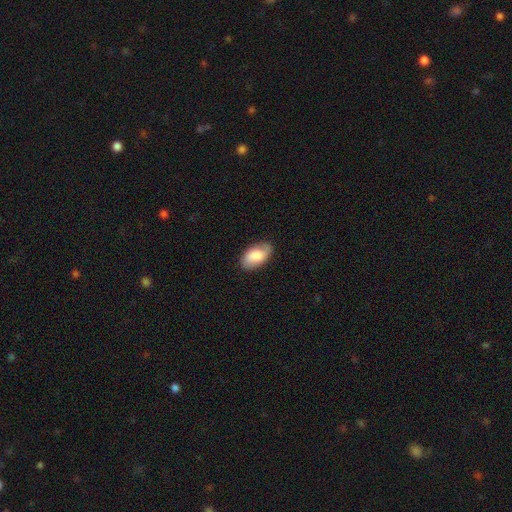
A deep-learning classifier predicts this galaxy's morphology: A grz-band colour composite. It shows a smooth galaxy with no disk features (76%) that is in between round and cigar-shaped (94%). Merging: none (80%).